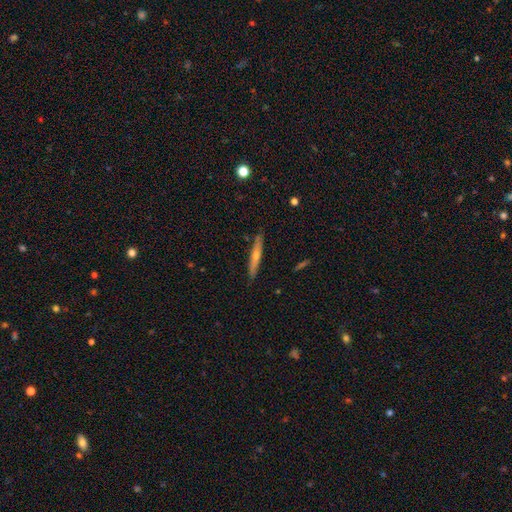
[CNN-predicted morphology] type=smooth (50%); merging=none (87%).